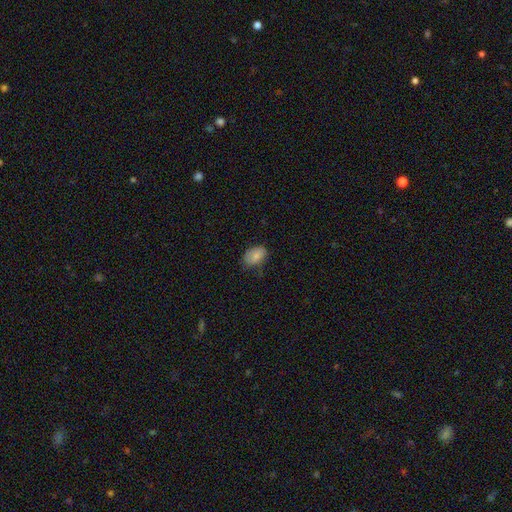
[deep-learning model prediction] smooth_or_featured: smooth (p=0.82) [alt: featured or disk p=0.10]
how_rounded: in between (p=0.88) [alt: round p=0.10]
merging: none (p=0.71) [alt: minor disturbance p=0.24]